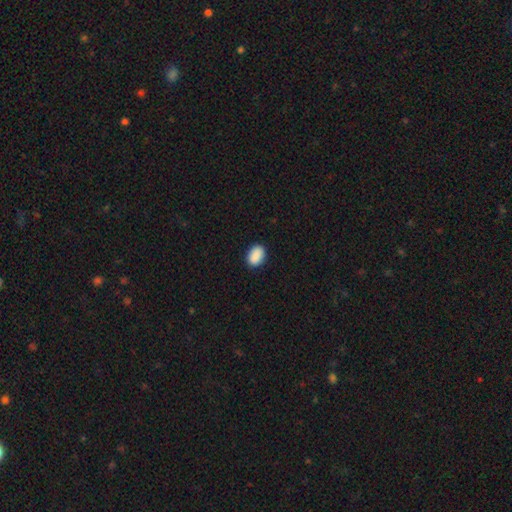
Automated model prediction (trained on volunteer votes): Smooth or featured: smooth — 90% (star or artifact — 8%)
How rounded: in between — 79% (round — 19%)
Merging: none — 88% (minor disturbance — 9%)